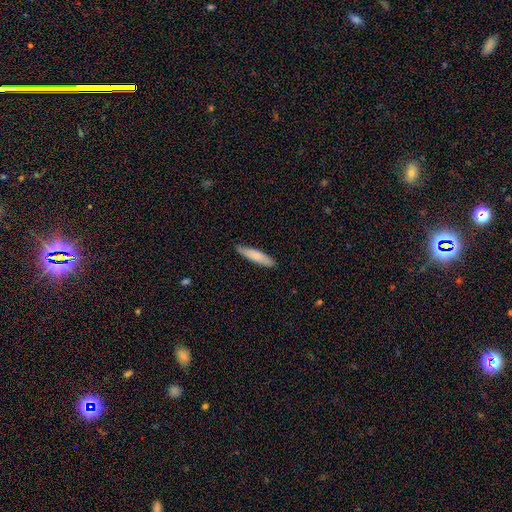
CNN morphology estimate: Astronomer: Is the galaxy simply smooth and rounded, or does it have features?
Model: smooth — 79%.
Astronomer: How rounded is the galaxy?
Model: cigar-shaped — 82%.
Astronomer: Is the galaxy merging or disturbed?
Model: none — 81%.